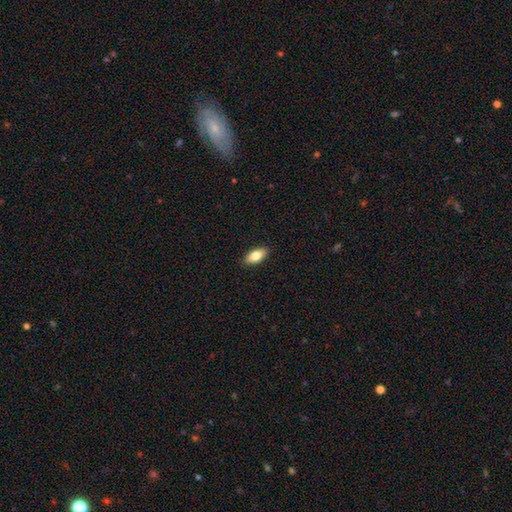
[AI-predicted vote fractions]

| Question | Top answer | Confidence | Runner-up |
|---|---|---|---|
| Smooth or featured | smooth | 80% | featured or disk (13%) |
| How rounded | in between | 89% | cigar-shaped (9%) |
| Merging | none | 90% | minor disturbance (8%) |